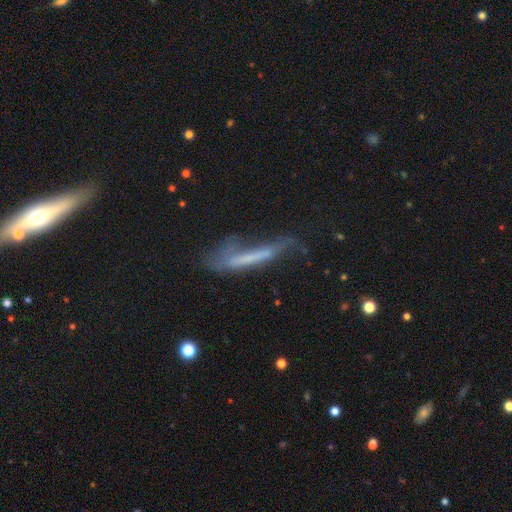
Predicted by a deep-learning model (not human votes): Morphology: type=featured or disk (46%); merging=none (43%).